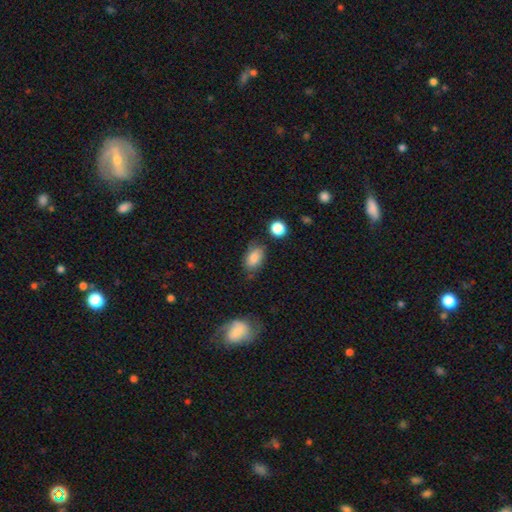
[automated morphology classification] The model was most divided on "merging": none: 69%, minor disturbance: 21%, major disturbance: 6%, merger: 4%. More confident: how rounded — in between (86%); smooth or featured — smooth (80%).